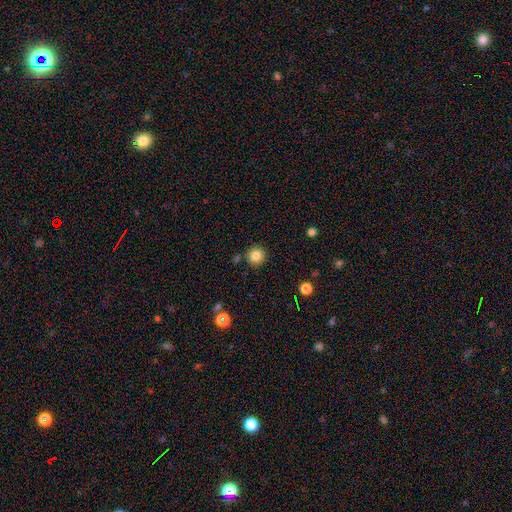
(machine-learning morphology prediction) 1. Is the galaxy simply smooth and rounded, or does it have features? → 82% smooth, 11% star or artifact, 6% featured or disk.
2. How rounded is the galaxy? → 94% round, 5% in between, 1% cigar-shaped.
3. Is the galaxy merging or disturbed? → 88% none, 7% minor disturbance, 4% merger, 2% major disturbance.